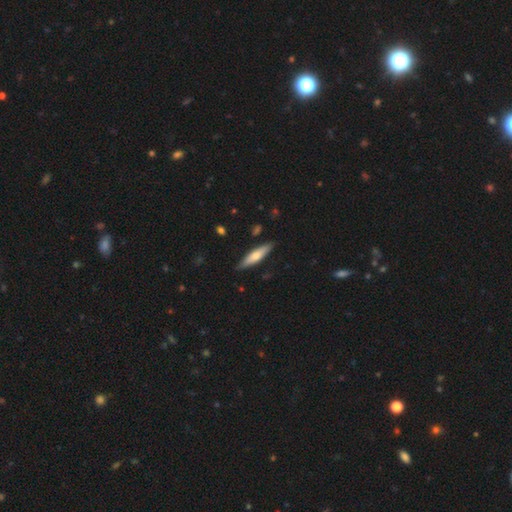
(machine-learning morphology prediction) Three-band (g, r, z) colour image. It shows a smooth galaxy with no disk features (57%) that is cigar-shaped (76%). Merging: none (87%).